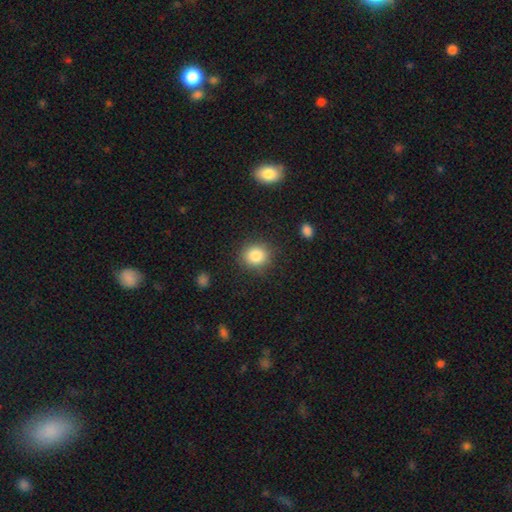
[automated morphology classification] Smooth or featured?
  - smooth: 83% *
  - star or artifact: 11%
  - featured or disk: 6%
How rounded?
  - round: 82% *
  - in between: 17%
  - cigar-shaped: 1%
Merging?
  - none: 87% *
  - minor disturbance: 8%
  - major disturbance: 3%
  - merger: 1%